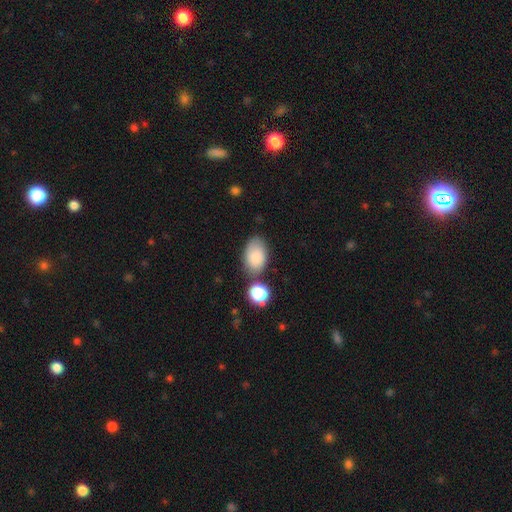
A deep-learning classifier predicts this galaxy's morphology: smooth_or_featured: smooth (p=0.82) [alt: featured or disk p=0.10]
how_rounded: in between (p=0.89) [alt: round p=0.10]
merging: none (p=0.65) [alt: minor disturbance p=0.18]